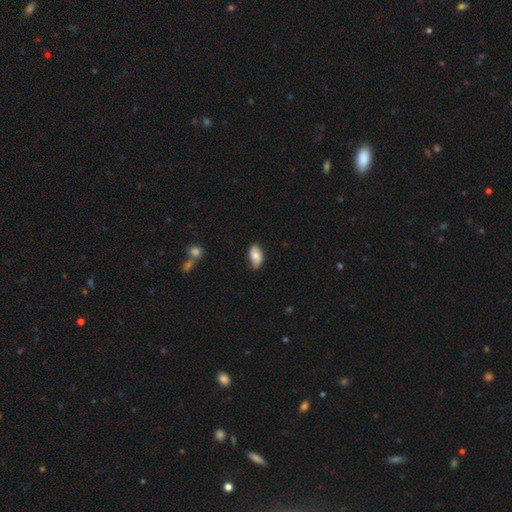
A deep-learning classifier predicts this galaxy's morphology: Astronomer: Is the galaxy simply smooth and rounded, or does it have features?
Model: smooth — 77%.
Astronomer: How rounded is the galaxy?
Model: in between — 93%.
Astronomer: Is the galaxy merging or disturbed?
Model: none — 76%.